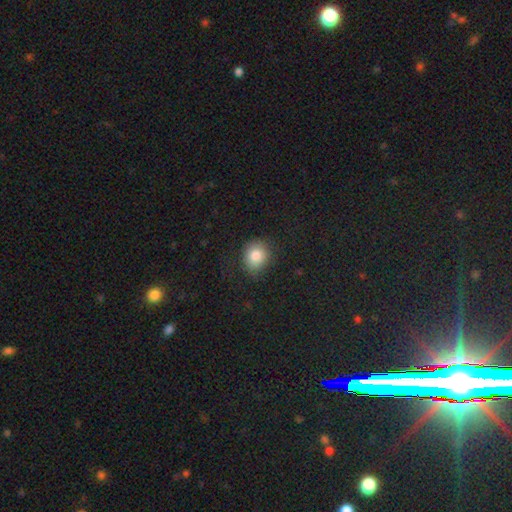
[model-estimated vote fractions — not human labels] This appears to be a smooth galaxy with no disk features (84%) that is round (72%). Merging: none (79%).